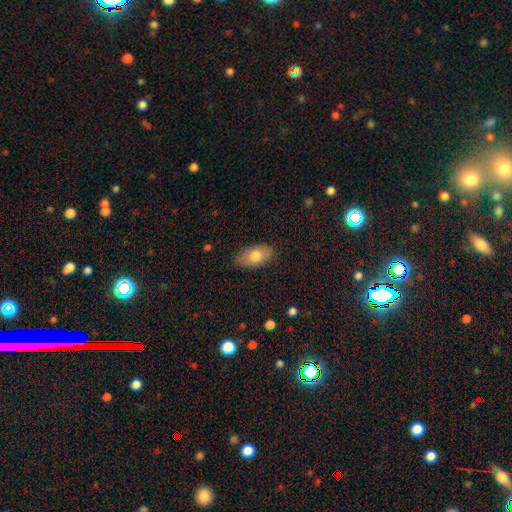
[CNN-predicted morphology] This is likely a smooth galaxy (73%). How rounded: clearly in between (92%). Merging: clearly none (81%).